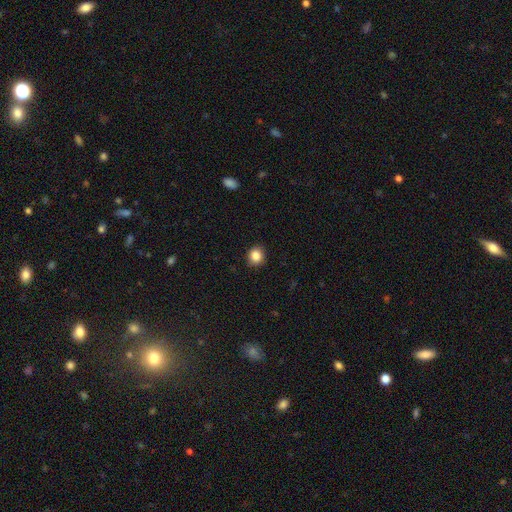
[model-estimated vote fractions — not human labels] A smooth galaxy with no disk features (86%) that is round (85%).

Vote fractions:
- Smooth or featured? smooth: 86% / star or artifact: 10% / featured or disk: 4%
- How rounded? round: 85% / in between: 14% / cigar-shaped: 1%
- Merging? none: 89% / minor disturbance: 8% / major disturbance: 2% / merger: 1%